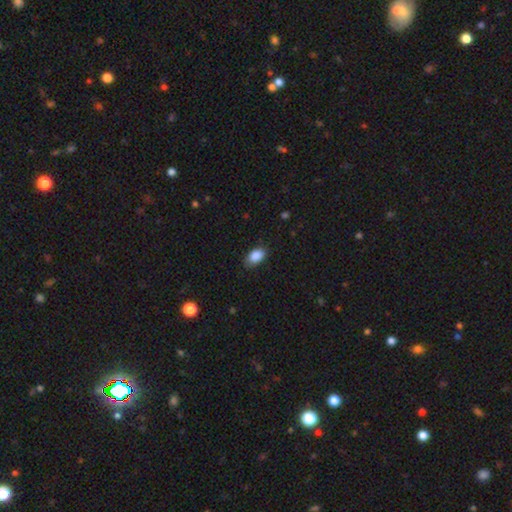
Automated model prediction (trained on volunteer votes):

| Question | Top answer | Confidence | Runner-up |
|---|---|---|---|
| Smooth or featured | smooth | 88% | star or artifact (7%) |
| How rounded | in between | 92% | round (6%) |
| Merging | none | 79% | minor disturbance (17%) |